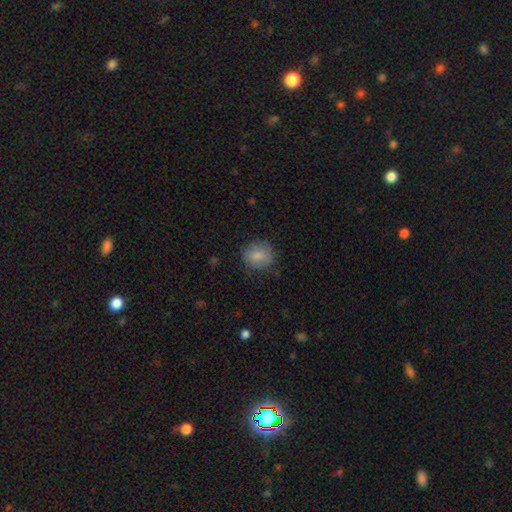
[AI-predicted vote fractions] A smooth galaxy with no disk features (75%) that is round (76%). Merging: none (79%).